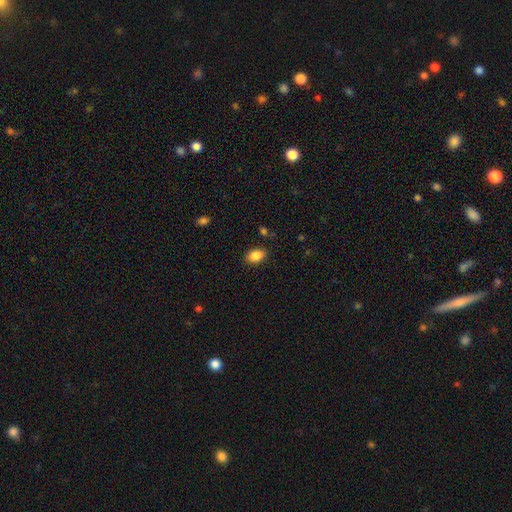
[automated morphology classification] type=smooth (87%); roundness=in between (84%); merging=none (86%).